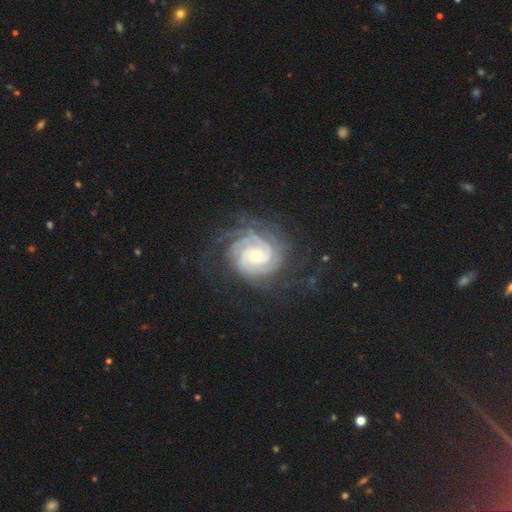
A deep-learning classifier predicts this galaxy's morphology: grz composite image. It shows a featured or disk galaxy (90%) with no bar (71%), 2 (22%) tight (78%) spiral arms (98%) and a small central bulge (58%). Merging: none (71%).